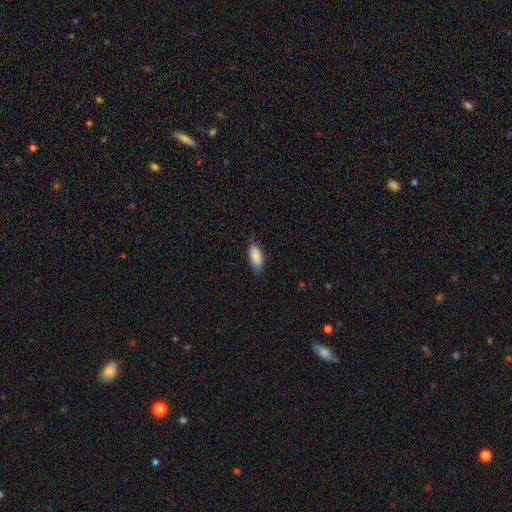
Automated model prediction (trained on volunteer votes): Smooth or featured: smooth — 88% (star or artifact — 6%)
How rounded: in between — 81% (cigar-shaped — 17%)
Merging: none — 76% (minor disturbance — 20%)